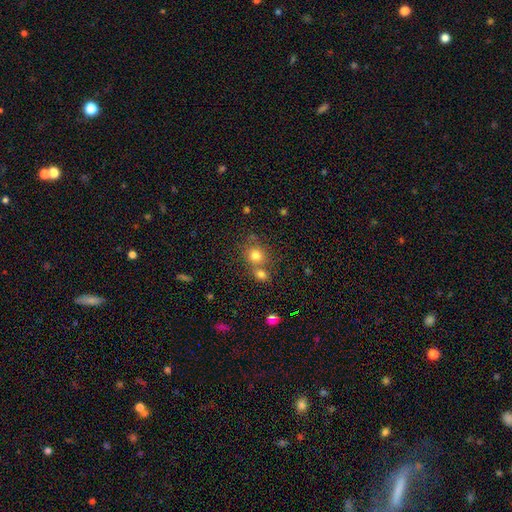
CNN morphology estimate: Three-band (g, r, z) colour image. It shows a smooth galaxy with no disk features (79%) that is round (81%). Merging: none (52%).